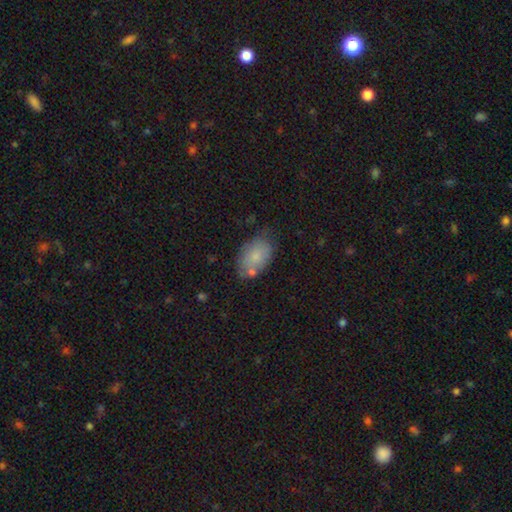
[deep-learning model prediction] Overall: smooth (78%). How rounded: in between (90%). Merging: none (61%; minor disturbance 24%).